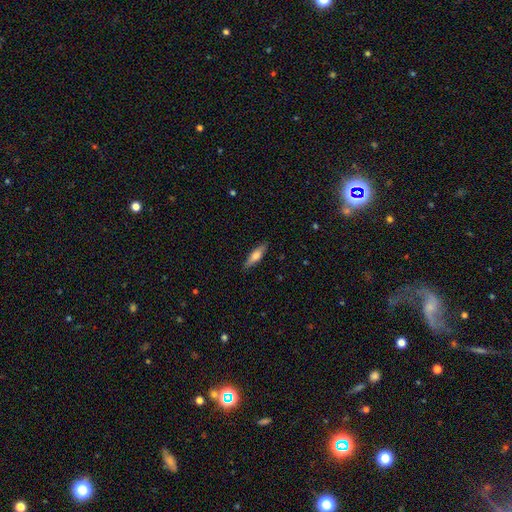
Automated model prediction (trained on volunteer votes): smooth_or_featured: smooth (p=0.57) [alt: featured or disk p=0.37]
how_rounded: cigar-shaped (p=0.62) [alt: in between p=0.36]
merging: none (p=0.88) [alt: minor disturbance p=0.09]